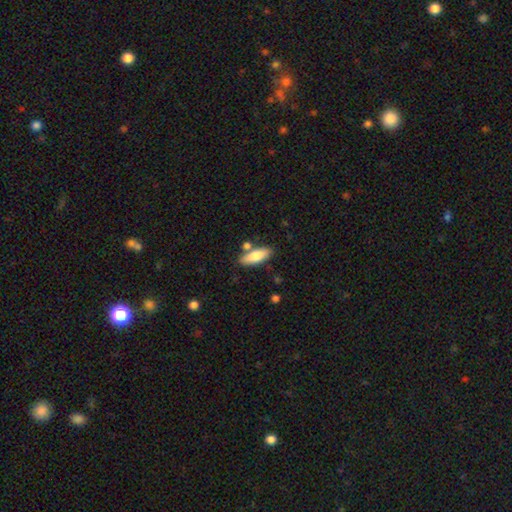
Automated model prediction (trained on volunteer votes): Smooth or featured? Predicted: smooth (p=0.77). How rounded? Predicted: in between (p=0.69). Merging? Predicted: none (p=0.75).